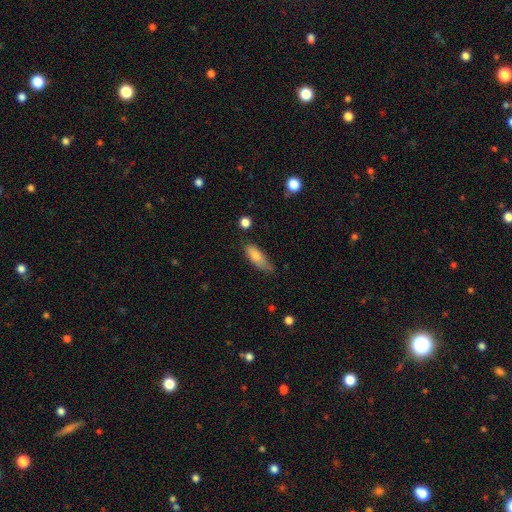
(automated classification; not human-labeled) Q: Smooth or featured?
A: smooth (79%); runner-up: featured or disk (14%)
Q: How rounded?
A: in between (69%); runner-up: cigar-shaped (28%)
Q: Merging?
A: none (52%); runner-up: minor disturbance (36%)